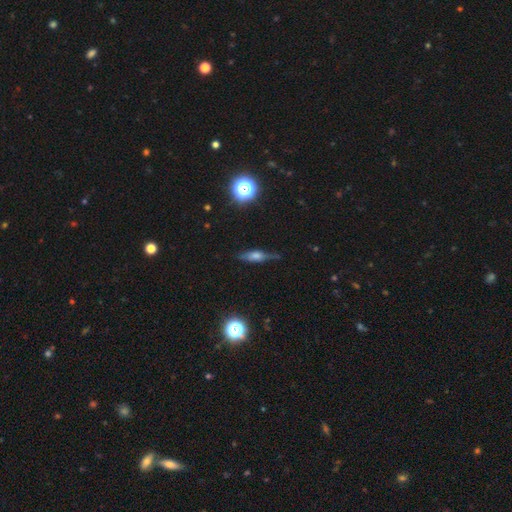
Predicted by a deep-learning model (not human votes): Q: Smooth or featured?
A: featured or disk (55%); runner-up: smooth (32%)
Q: Edge-on disk?
A: yes (89%); runner-up: no (11%)
Q: Merging?
A: none (75%); runner-up: minor disturbance (18%)